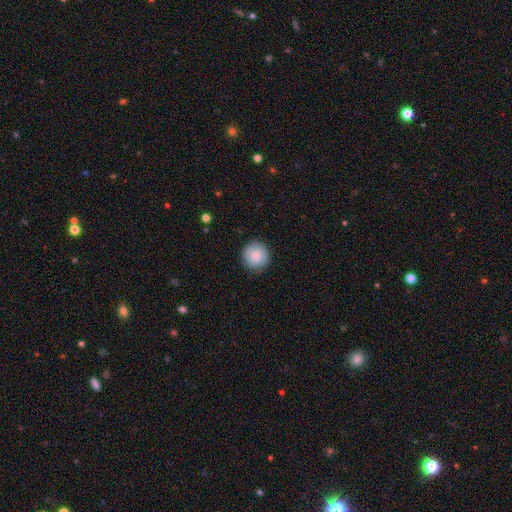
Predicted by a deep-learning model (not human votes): smooth_or_featured: smooth (p=0.81) [alt: featured or disk p=0.11]
how_rounded: round (p=0.94) [alt: in between p=0.05]
merging: none (p=0.87) [alt: minor disturbance p=0.10]